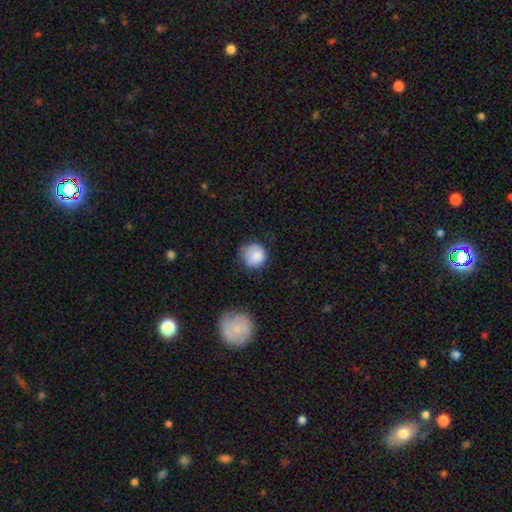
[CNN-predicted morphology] Smooth or featured? smooth (86%)
How rounded? round (89%)
Merging? none (67%)